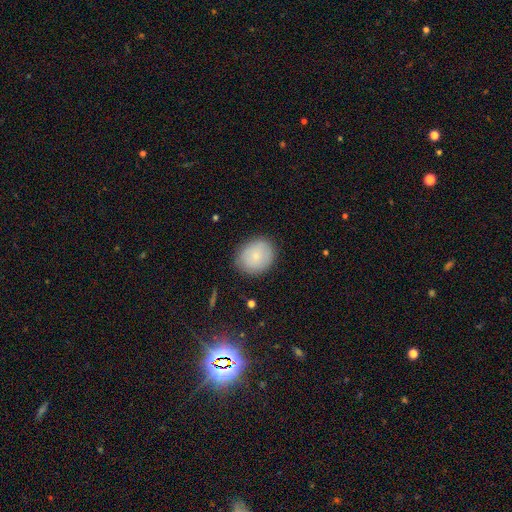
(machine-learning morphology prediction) This is likely a smooth galaxy (80%). How rounded: likely round (64%). Merging: clearly none (84%).